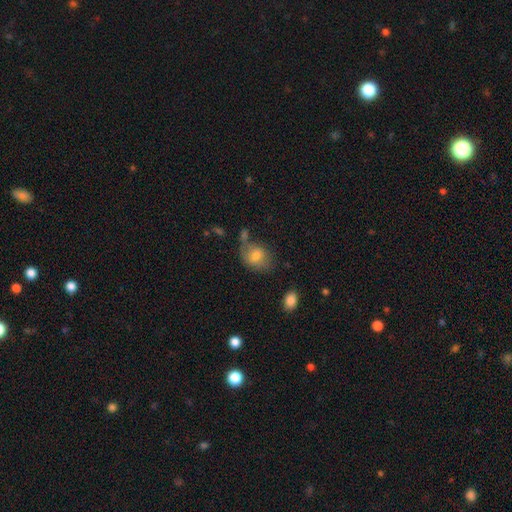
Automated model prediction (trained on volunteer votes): Smooth or featured? Predicted: smooth (p=0.73). How rounded? Predicted: in between (p=0.59). Merging? Predicted: none (p=0.47).